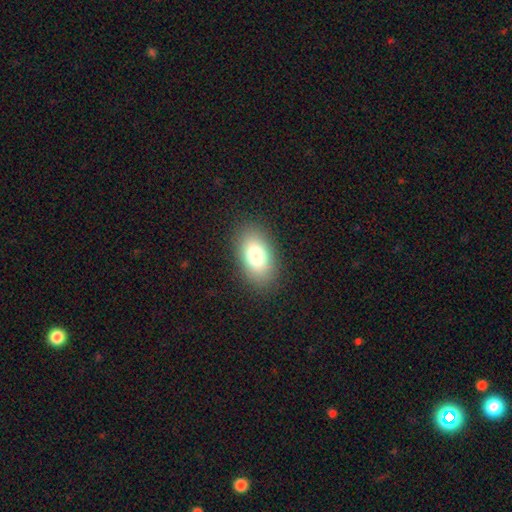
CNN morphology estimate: type=smooth (80%); roundness=in between (91%); merging=none (87%).